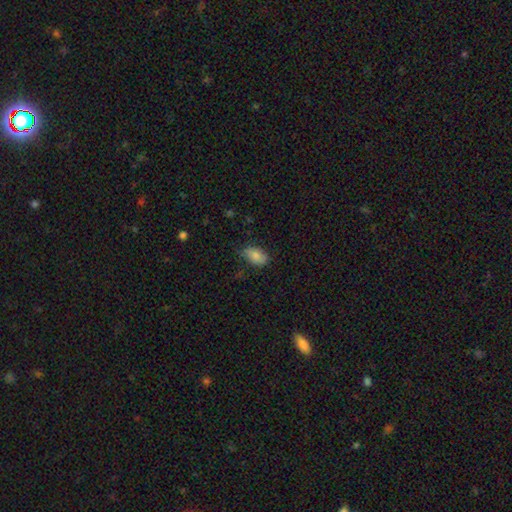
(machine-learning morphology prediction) smooth_or_featured: smooth (p=0.81) [alt: featured or disk p=0.11]
how_rounded: in between (p=0.88) [alt: round p=0.10]
merging: none (p=0.66) [alt: minor disturbance p=0.28]